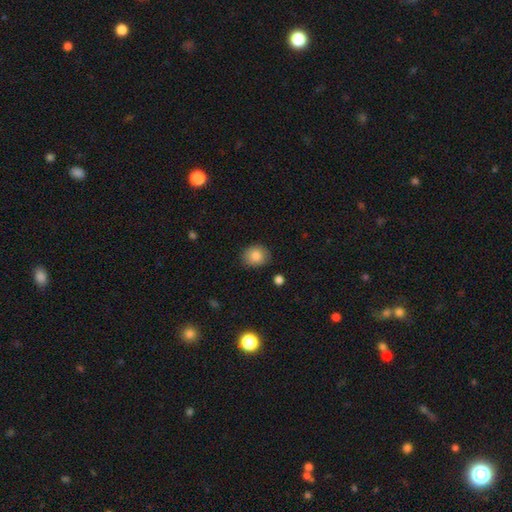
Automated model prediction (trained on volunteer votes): The model was most divided on "how rounded": round: 65%, in between: 34%, cigar-shaped: 1%. More confident: smooth or featured — smooth (84%); merging — none (83%).